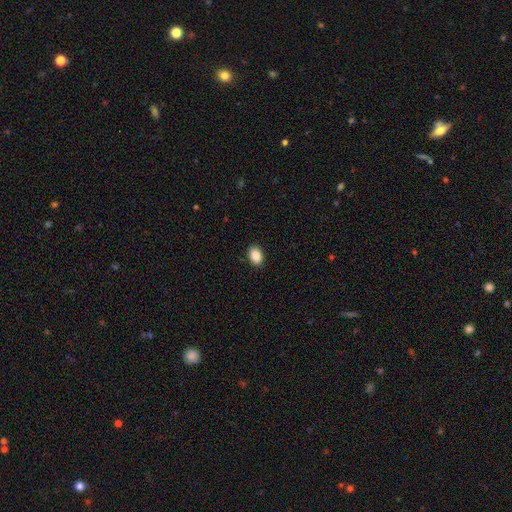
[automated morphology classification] smooth 88%, star or artifact 8%, featured or disk 4%. Down the decision tree: how rounded — in between (86%); merging — none (90%).